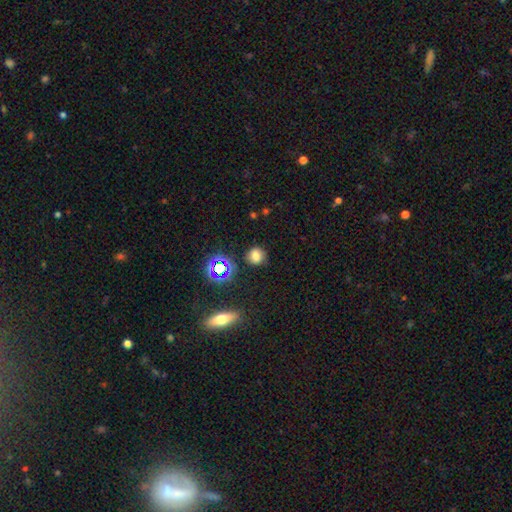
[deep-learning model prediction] smooth-or-featured: smooth: 70% | star or artifact: 22% | featured or disk: 8%
  how-rounded: round: 80% | in between: 19% | cigar-shaped: 2%
  merging: none: 82% | minor disturbance: 12% | major disturbance: 4% | merger: 2%